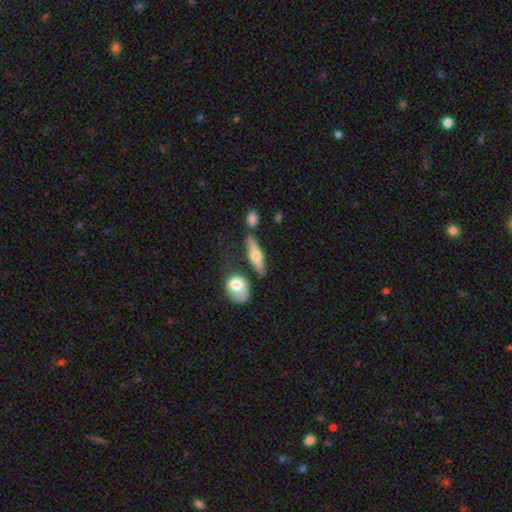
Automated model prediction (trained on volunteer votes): The model was most divided on "smooth or featured": featured or disk: 50%, smooth: 44%, star or artifact: 7%. More confident: merging — none (72%).